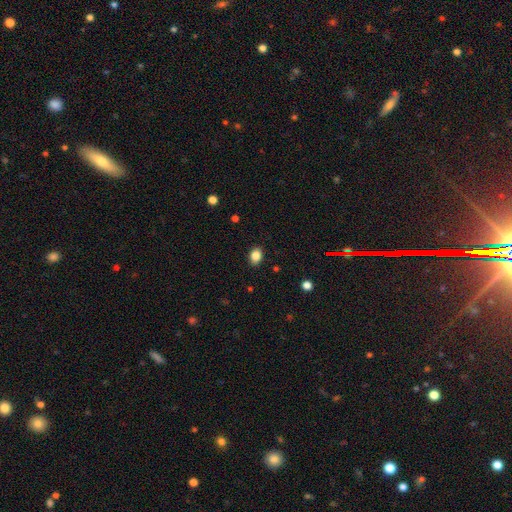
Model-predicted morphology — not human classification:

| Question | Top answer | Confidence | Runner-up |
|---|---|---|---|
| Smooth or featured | smooth | 86% | star or artifact (10%) |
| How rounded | in between | 69% | round (29%) |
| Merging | none | 89% | minor disturbance (8%) |